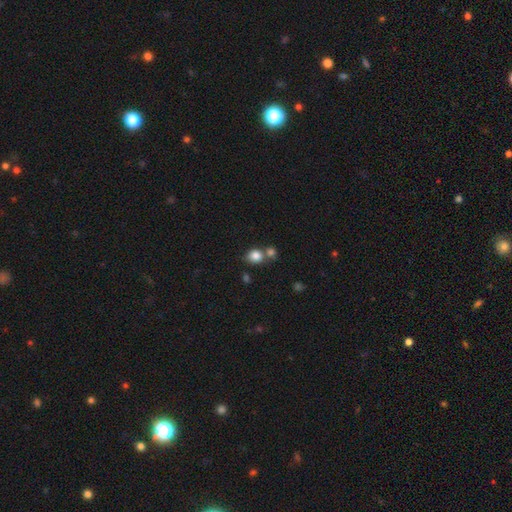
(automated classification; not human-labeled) A smooth galaxy with no disk features (84%) that is round (70%).

Vote fractions:
- Smooth or featured? smooth: 84% / star or artifact: 10% / featured or disk: 6%
- How rounded? round: 70% / in between: 29% / cigar-shaped: 1%
- Merging? none: 56% / merger: 30% / minor disturbance: 10% / major disturbance: 4%